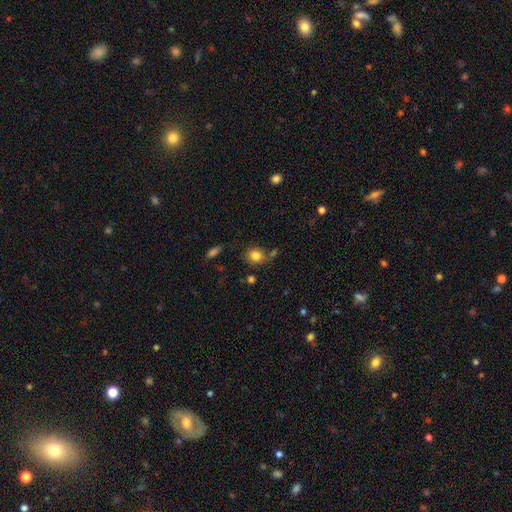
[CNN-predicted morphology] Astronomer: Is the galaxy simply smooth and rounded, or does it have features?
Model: smooth — 83%.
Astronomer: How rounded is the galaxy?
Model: round — 65%.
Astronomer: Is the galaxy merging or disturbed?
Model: none — 70%.